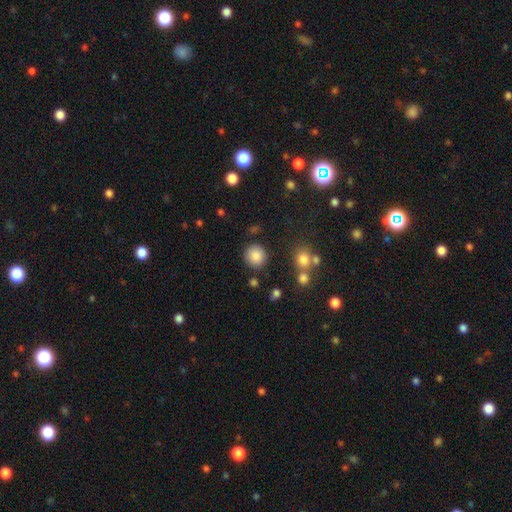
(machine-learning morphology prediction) Smooth or featured?
  - smooth: 85% *
  - star or artifact: 10%
  - featured or disk: 5%
How rounded?
  - round: 91% *
  - in between: 9%
  - cigar-shaped: 1%
Merging?
  - none: 84% *
  - minor disturbance: 9%
  - merger: 4%
  - major disturbance: 3%